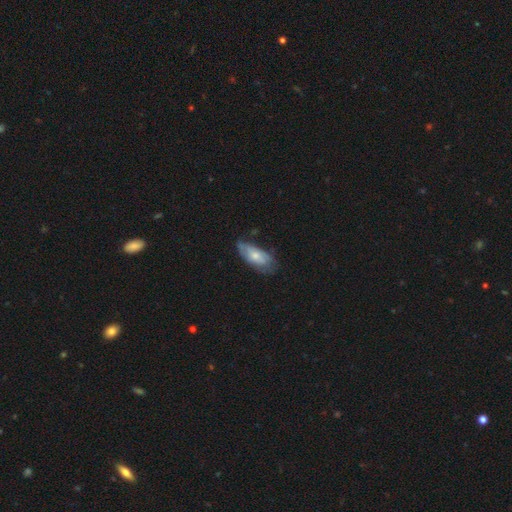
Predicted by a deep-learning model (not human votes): Morphology: type=smooth (55%); roundness=in between (85%); merging=none (49%).